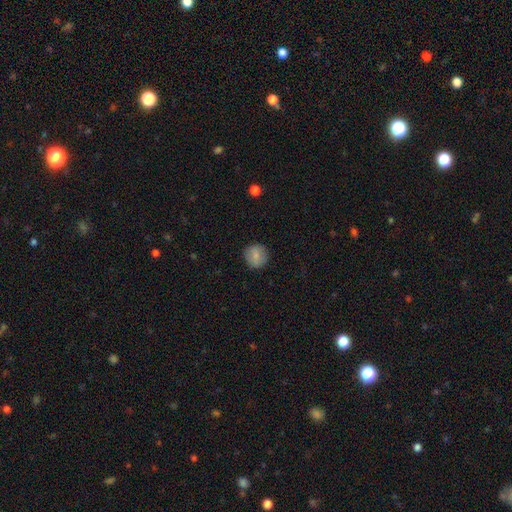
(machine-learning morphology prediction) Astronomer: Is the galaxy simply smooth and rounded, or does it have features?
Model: smooth — 79%.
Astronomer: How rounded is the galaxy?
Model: round — 91%.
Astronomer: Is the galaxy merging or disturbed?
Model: none — 87%.